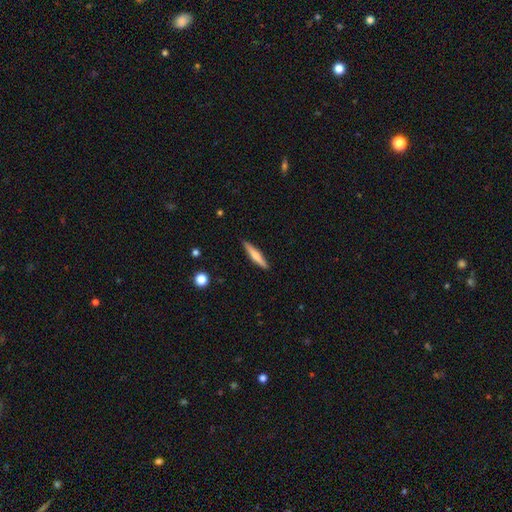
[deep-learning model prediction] Q: Smooth or featured?
A: smooth (56%); runner-up: featured or disk (39%)
Q: How rounded?
A: cigar-shaped (90%); runner-up: in between (8%)
Q: Merging?
A: none (90%); runner-up: minor disturbance (7%)